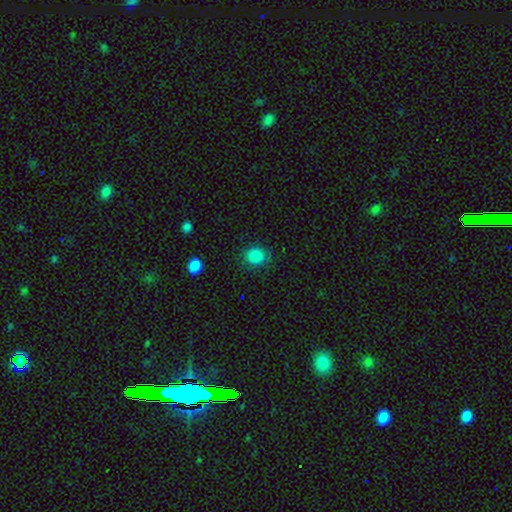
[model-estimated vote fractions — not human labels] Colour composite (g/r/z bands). It shows a smooth galaxy with no disk features (87%) that is round (75%). Merging: none (84%).